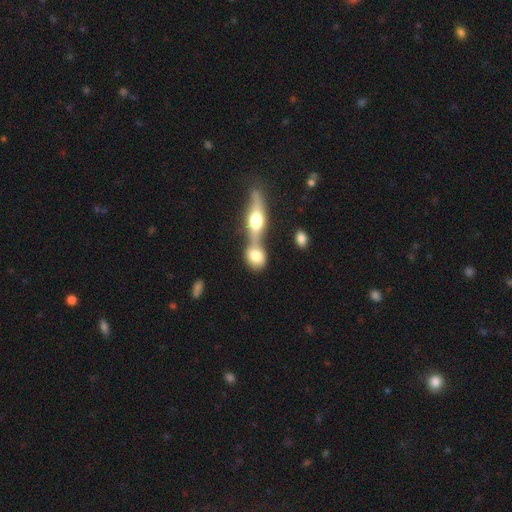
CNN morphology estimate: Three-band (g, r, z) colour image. It shows a smooth galaxy with no disk features (69%) that is round (51%). Merging: merger (57%).